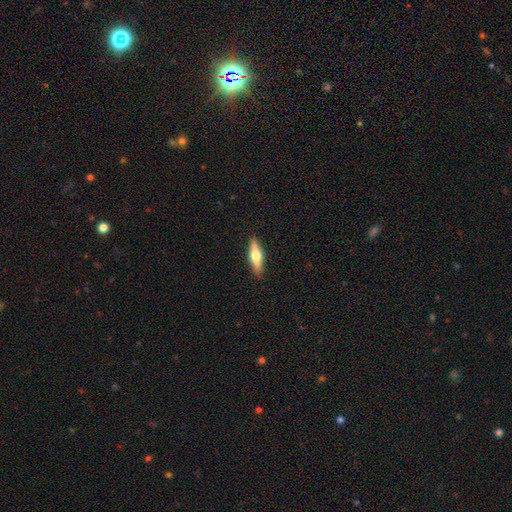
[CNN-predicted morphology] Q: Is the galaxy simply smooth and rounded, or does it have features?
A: featured or disk — 50%.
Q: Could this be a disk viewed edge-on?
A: yes — 93%.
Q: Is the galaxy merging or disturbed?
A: none — 89%.